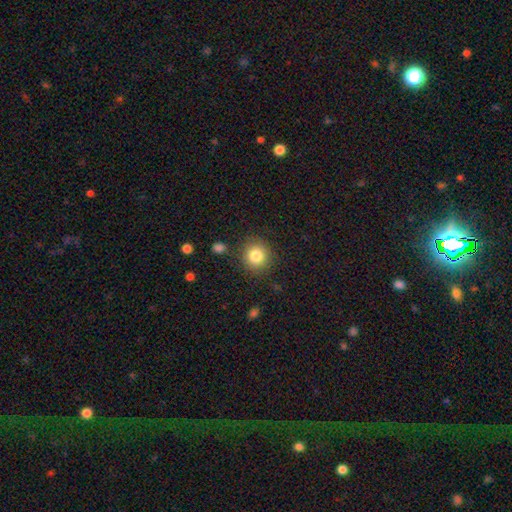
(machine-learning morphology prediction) Smooth or featured? Predicted: smooth (p=0.82). How rounded? Predicted: round (p=0.91). Merging? Predicted: none (p=0.87).